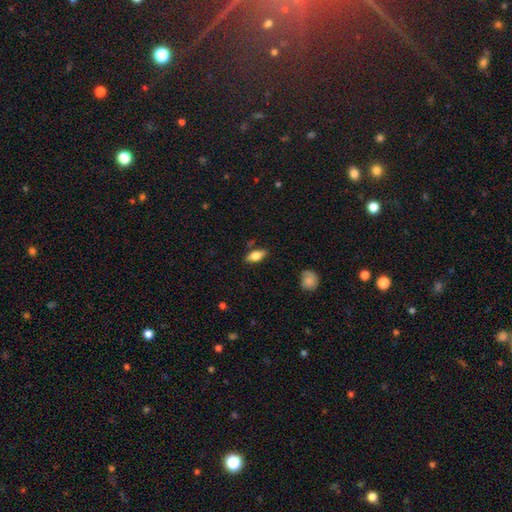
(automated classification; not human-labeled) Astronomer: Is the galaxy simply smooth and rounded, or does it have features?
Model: smooth — 73%.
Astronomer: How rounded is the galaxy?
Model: in between — 84%.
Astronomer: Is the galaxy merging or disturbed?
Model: none — 83%.